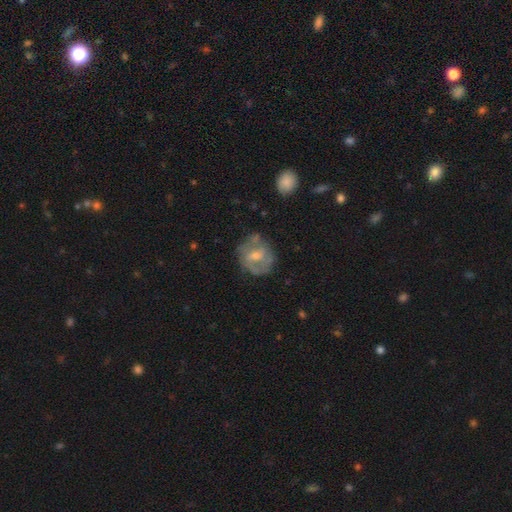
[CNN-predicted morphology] Q: Smooth or featured?
A: featured or disk (62%); runner-up: smooth (30%)
Q: Edge-on disk?
A: no (96%); runner-up: yes (4%)
Q: Bar?
A: weak (48%); runner-up: no (36%)
Q: Spiral arms?
A: yes (68%); runner-up: no (32%)
Q: Bulge size?
A: moderate (49%); runner-up: small (44%)
Q: Merging?
A: none (67%); runner-up: minor disturbance (21%)